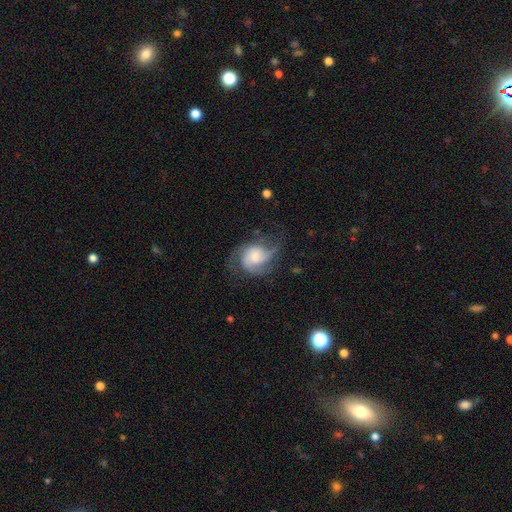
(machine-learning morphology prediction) This is likely a featured or disk galaxy (78%). It is clearly not viewed edge-on (98%). Bar: likely no (63%). Spiral arm pattern: clearly yes (95%). Spiral arm count: marginally 3 (37%). Spiral winding: possibly medium (49%). Central bulge: marginally moderate (39%). Merging: possibly none (55%).